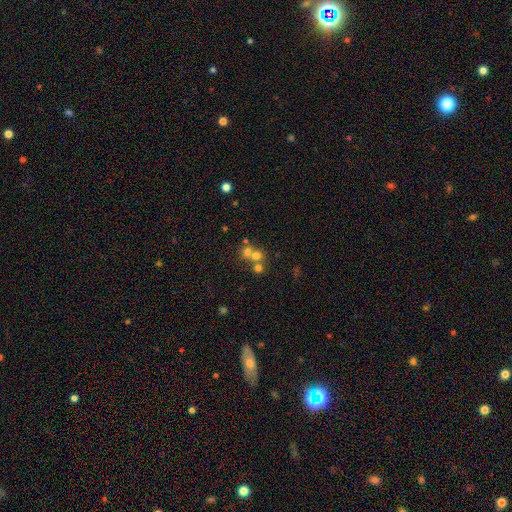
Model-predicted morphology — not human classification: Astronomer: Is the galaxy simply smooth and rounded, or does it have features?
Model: smooth — 63%.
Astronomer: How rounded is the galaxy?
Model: round — 84%.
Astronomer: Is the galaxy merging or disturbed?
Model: merger — 54% (runner-up: none, 38%).